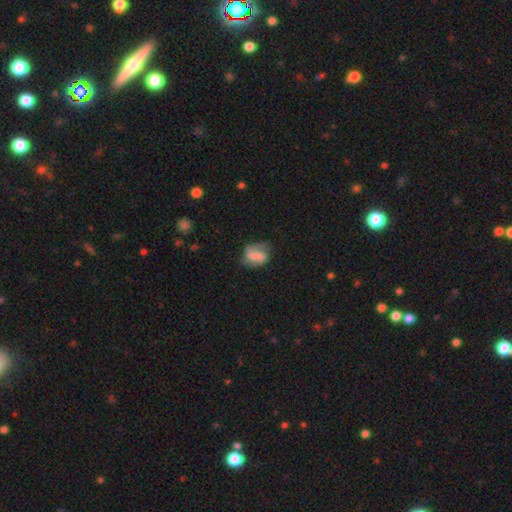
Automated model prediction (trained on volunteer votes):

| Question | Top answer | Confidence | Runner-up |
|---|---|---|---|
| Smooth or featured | featured or disk | 64% | smooth (29%) |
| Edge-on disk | no | 97% | yes (3%) |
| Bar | weak | 46% | strong (30%) |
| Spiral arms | yes | 90% | no (10%) |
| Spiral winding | loose | 45% | medium (40%) |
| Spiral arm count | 2 | 86% | can't tell (6%) |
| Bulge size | small | 39% | moderate (33%) |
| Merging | none | 66% | minor disturbance (23%) |